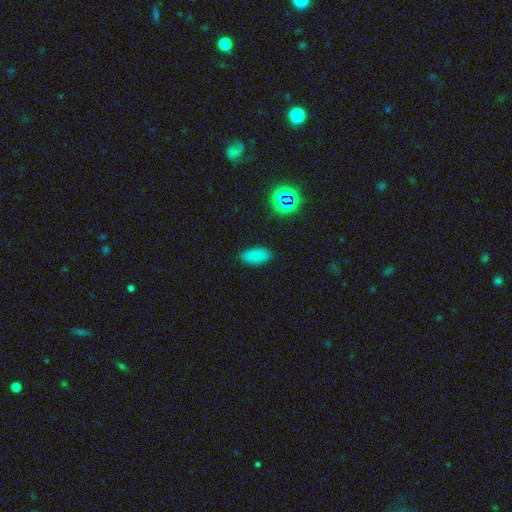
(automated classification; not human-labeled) smooth 79%, star or artifact 14%, featured or disk 7%. Down the decision tree: how rounded — in between (93%); merging — none (85%).